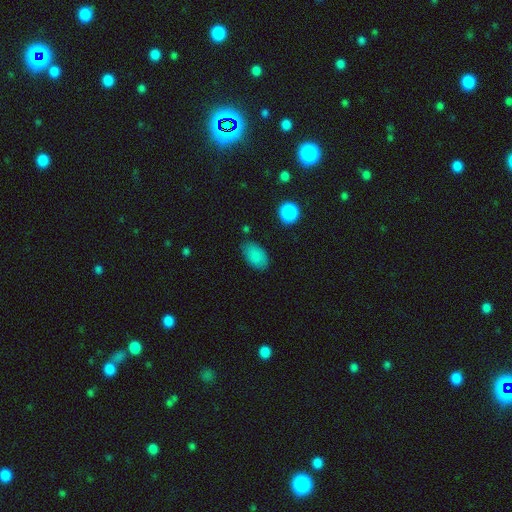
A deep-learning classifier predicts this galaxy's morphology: This is clearly a smooth galaxy (86%). How rounded: clearly in between (91%). Merging: likely none (74%).